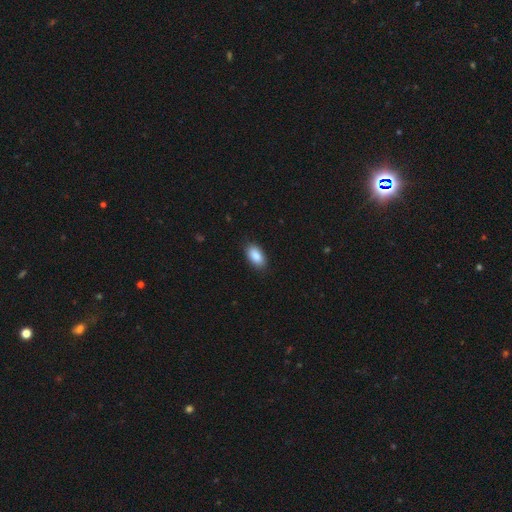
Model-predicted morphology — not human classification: Smooth or featured? smooth (89%)
How rounded? in between (93%)
Merging? none (87%)